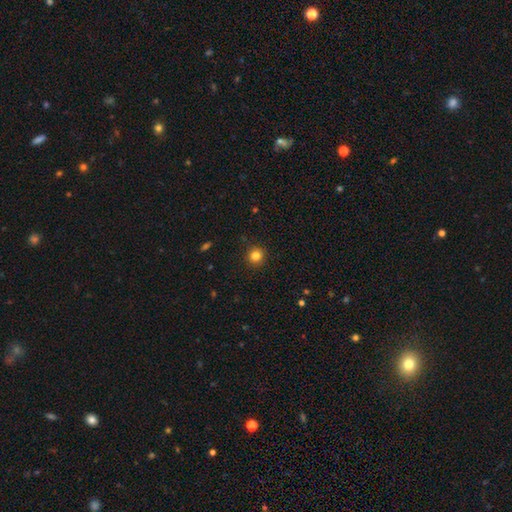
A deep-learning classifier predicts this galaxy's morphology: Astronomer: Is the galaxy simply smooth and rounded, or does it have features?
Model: smooth — 82%.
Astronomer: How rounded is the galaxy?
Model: round — 94%.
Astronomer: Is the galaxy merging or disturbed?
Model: none — 91%.